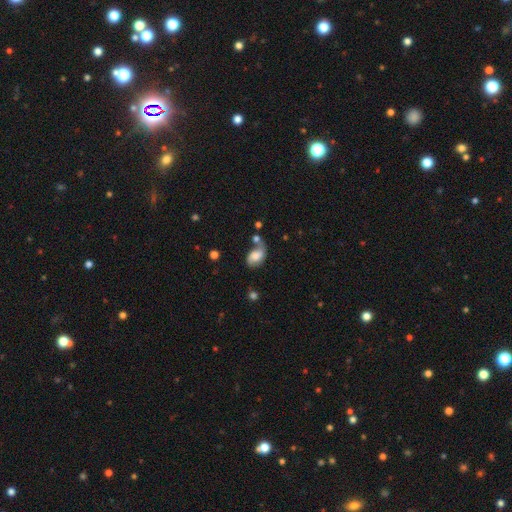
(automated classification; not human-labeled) A smooth galaxy with no disk features (53%) that is in between round and cigar-shaped (83%).

Vote fractions:
- Smooth or featured? smooth: 53% / featured or disk: 38% / star or artifact: 10%
- How rounded? in between: 83% / round: 15% / cigar-shaped: 2%
- Merging? none: 37% / minor disturbance: 24% / merger: 23% / major disturbance: 16%